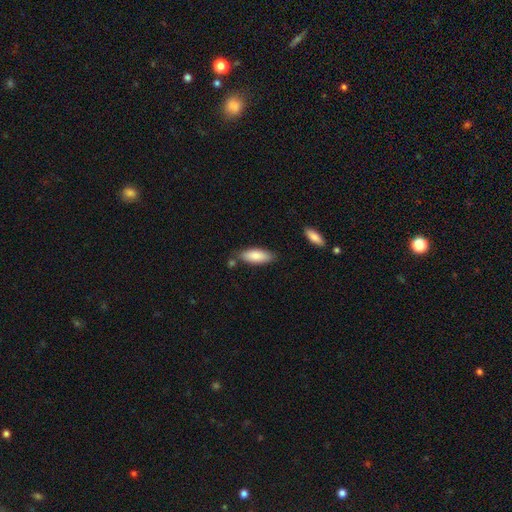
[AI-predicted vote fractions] A smooth galaxy with no disk features (83%) that is in between round and cigar-shaped (75%).

Vote fractions:
- Smooth or featured? smooth: 83% / featured or disk: 11% / star or artifact: 6%
- How rounded? in between: 75% / cigar-shaped: 23% / round: 2%
- Merging? none: 74% / minor disturbance: 16% / merger: 7% / major disturbance: 3%